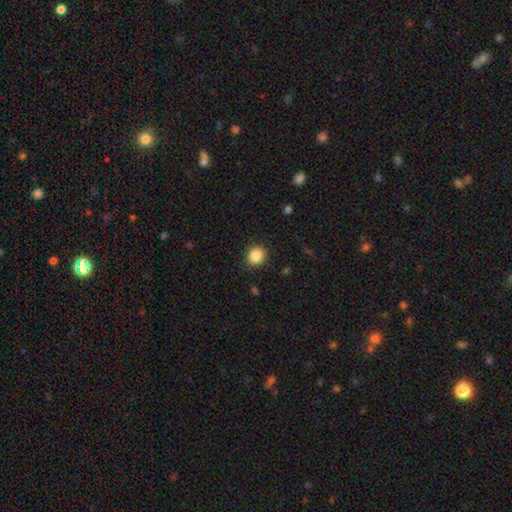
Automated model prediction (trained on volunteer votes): A smooth galaxy with no disk features (87%) that is round (82%).

Vote fractions:
- Smooth or featured? smooth: 87% / star or artifact: 9% / featured or disk: 4%
- How rounded? round: 82% / in between: 17% / cigar-shaped: 1%
- Merging? none: 89% / minor disturbance: 8% / major disturbance: 2% / merger: 1%